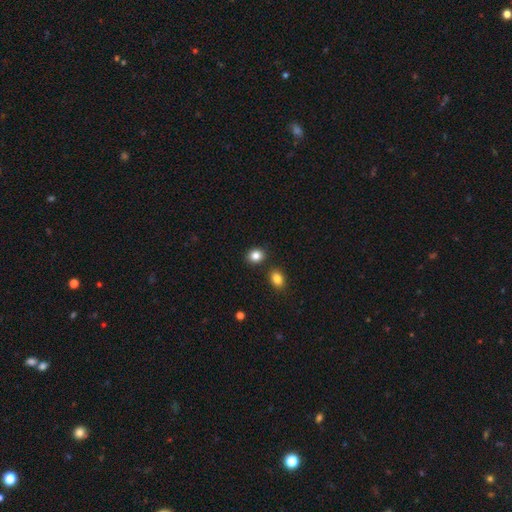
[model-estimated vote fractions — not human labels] A smooth galaxy with no disk features (85%) that is round (61%).

Vote fractions:
- Smooth or featured? smooth: 85% / star or artifact: 10% / featured or disk: 5%
- How rounded? round: 61% / in between: 38% / cigar-shaped: 1%
- Merging? none: 83% / minor disturbance: 8% / merger: 7% / major disturbance: 2%